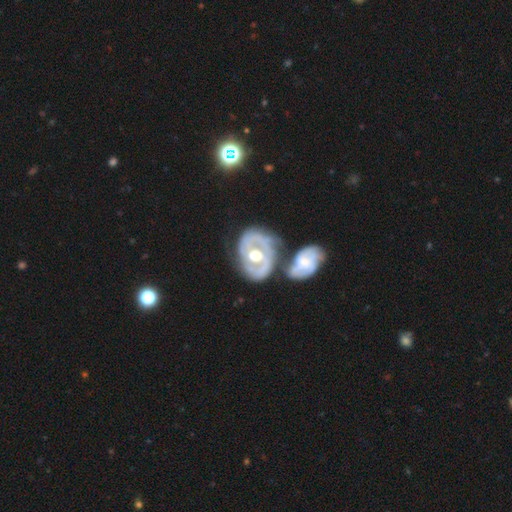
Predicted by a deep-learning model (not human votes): Smooth or featured? featured or disk (81%)
Edge-on disk? no (96%)
Bar? no (57%)
Spiral arms? yes (73%)
Spiral winding? tight (49%)
Spiral arm count? 2 (67%)
Bulge size? moderate (75%)
Merging? none (43%)